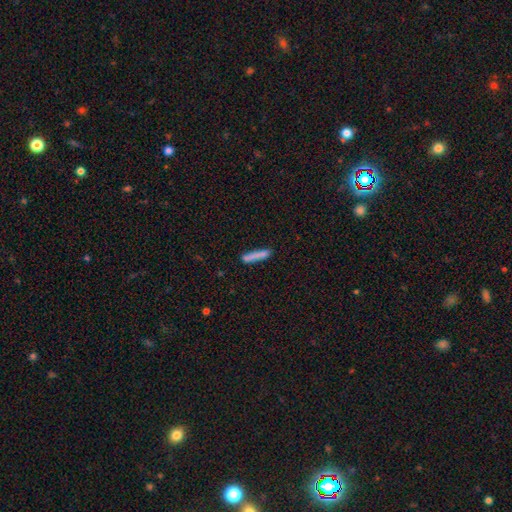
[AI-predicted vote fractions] smooth 78%, featured or disk 14%, star or artifact 7%. Down the decision tree: how rounded — cigar-shaped (92%); merging — none (73%).